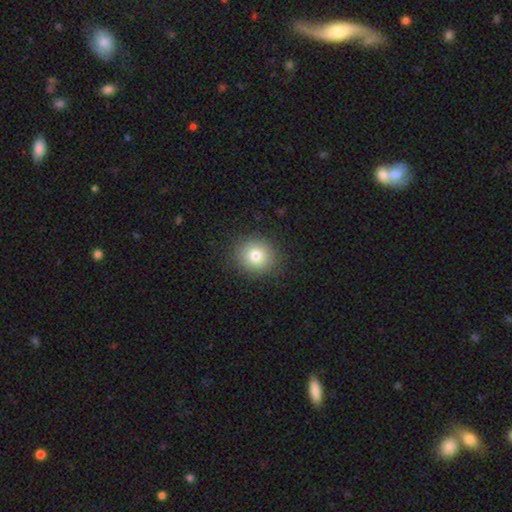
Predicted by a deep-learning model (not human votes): Smooth or featured: smooth — 79% (star or artifact — 12%)
How rounded: round — 84% (in between — 15%)
Merging: none — 89% (minor disturbance — 7%)